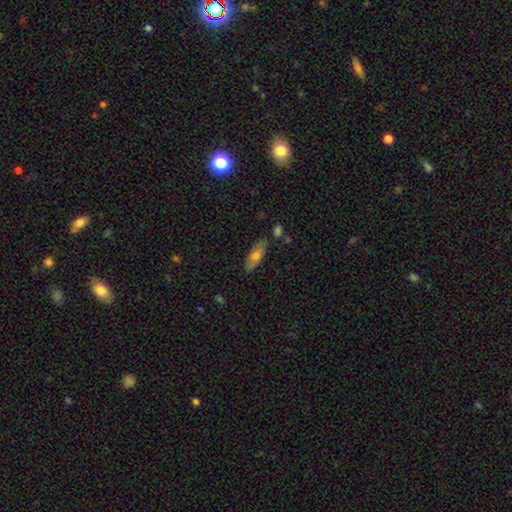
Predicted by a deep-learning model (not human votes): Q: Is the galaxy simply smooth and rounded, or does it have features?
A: smooth — 67%.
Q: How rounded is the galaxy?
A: in between — 62%.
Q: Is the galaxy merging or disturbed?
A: none — 79%.